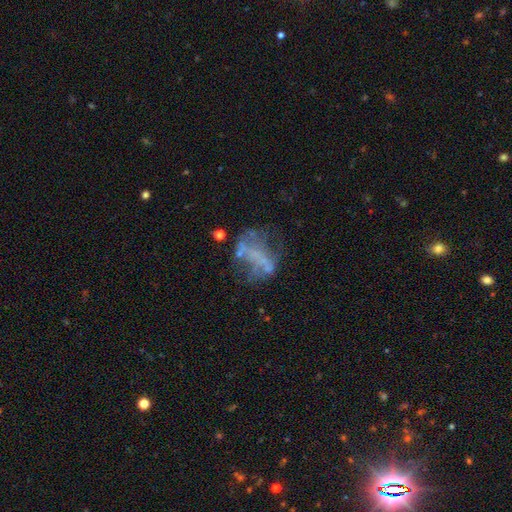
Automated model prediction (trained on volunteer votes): Smooth or featured? Predicted: featured or disk (p=0.60). Edge-on disk? Predicted: no (p=0.97). Bar? Predicted: no (p=0.81). Spiral arms? Predicted: no (p=0.86). Bulge size? Predicted: none (p=0.78). Merging? Predicted: none (p=0.40).